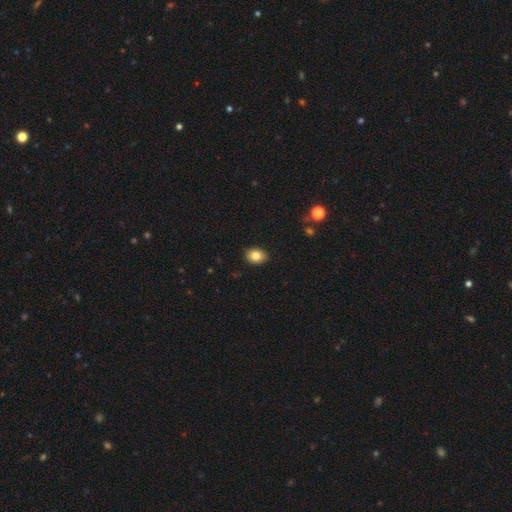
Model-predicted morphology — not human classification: smooth 84%, star or artifact 9%, featured or disk 7%. Down the decision tree: how rounded — in between (64%); merging — none (88%).